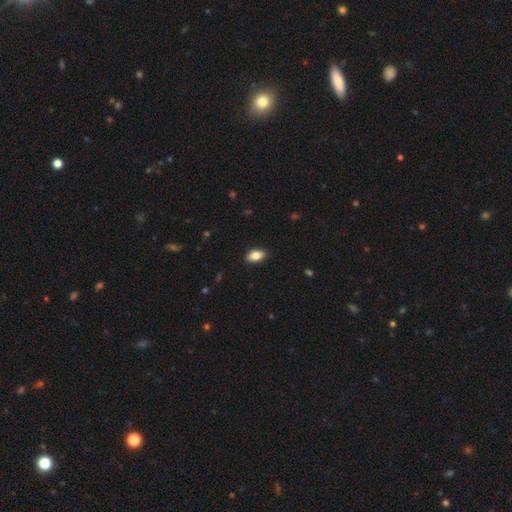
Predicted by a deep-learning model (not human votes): This is clearly a smooth galaxy (82%). How rounded: clearly in between (91%). Merging: clearly none (87%).